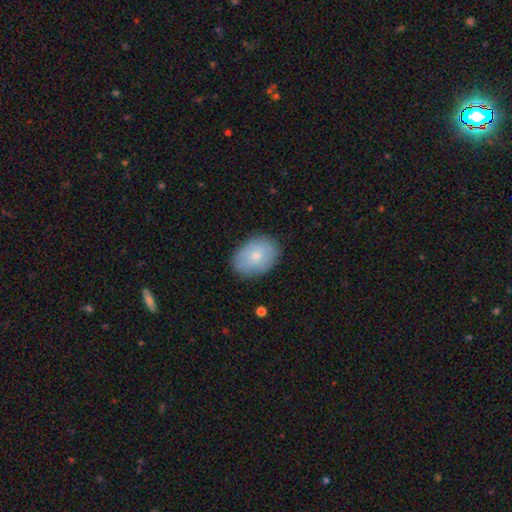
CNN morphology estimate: The model was most divided on "how rounded": in between: 75%, round: 23%, cigar-shaped: 1%. More confident: merging — none (82%); smooth or featured — smooth (74%).